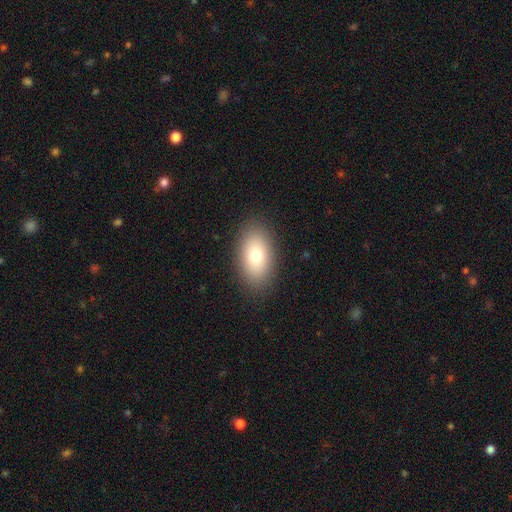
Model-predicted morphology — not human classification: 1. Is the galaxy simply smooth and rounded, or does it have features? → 75% smooth, 16% featured or disk, 9% star or artifact.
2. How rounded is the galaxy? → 90% in between, 8% round, 2% cigar-shaped.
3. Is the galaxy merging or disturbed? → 88% none, 8% minor disturbance, 3% major disturbance, 1% merger.